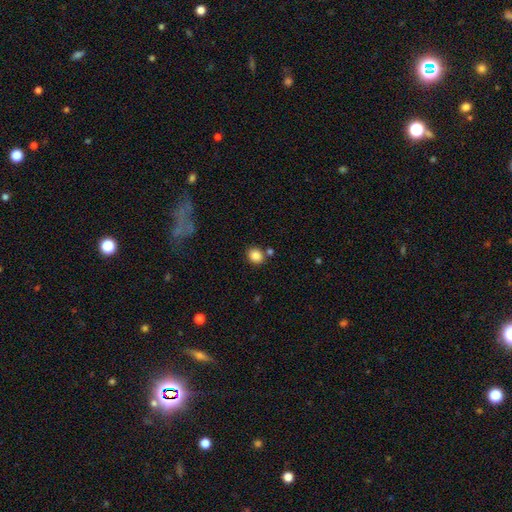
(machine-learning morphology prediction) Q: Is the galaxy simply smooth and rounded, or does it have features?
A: smooth — 86%.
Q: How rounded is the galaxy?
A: round — 63%.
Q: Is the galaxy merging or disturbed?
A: none — 75%.